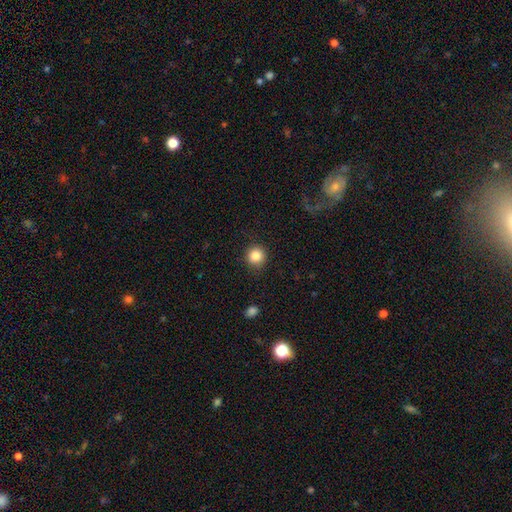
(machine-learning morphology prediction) A smooth galaxy with no disk features (85%) that is round (93%).

Vote fractions:
- Smooth or featured? smooth: 85% / star or artifact: 10% / featured or disk: 5%
- How rounded? round: 93% / in between: 6% / cigar-shaped: 1%
- Merging? none: 89% / minor disturbance: 8% / major disturbance: 2% / merger: 1%